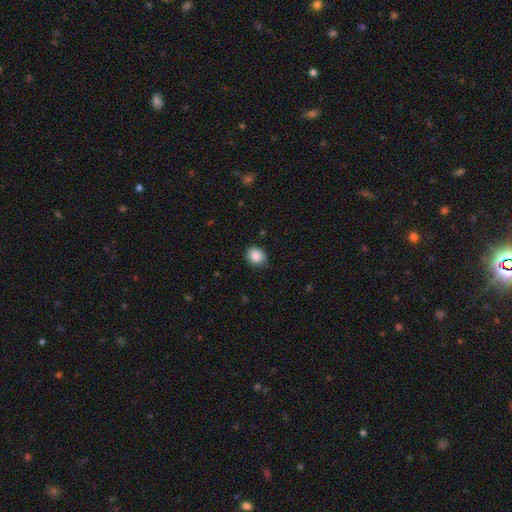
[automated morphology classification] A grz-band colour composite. It shows a smooth galaxy with no disk features (87%) that is round (62%). Merging: none (79%).